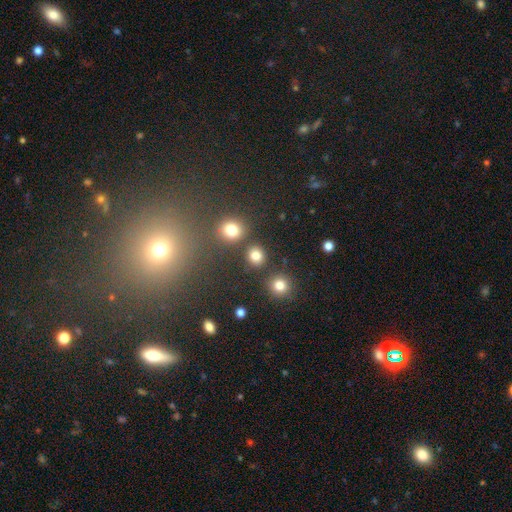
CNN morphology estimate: A smooth galaxy with no disk features (80%) that is round (84%).

Vote fractions:
- Smooth or featured? smooth: 80% / star or artifact: 15% / featured or disk: 5%
- How rounded? round: 84% / in between: 15% / cigar-shaped: 1%
- Merging? none: 83% / merger: 7% / minor disturbance: 7% / major disturbance: 3%